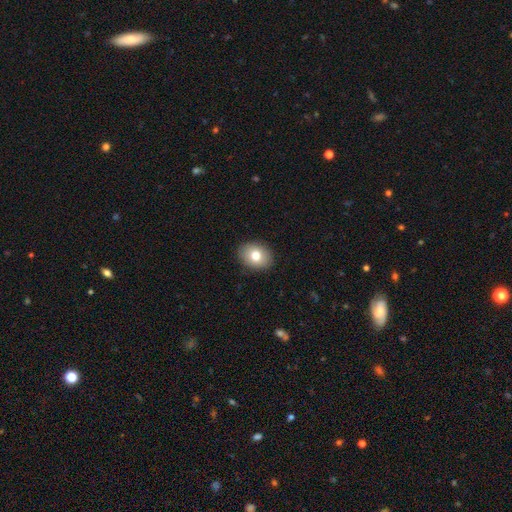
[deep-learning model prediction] A smooth galaxy with no disk features (78%) that is in between round and cigar-shaped (61%).

Vote fractions:
- Smooth or featured? smooth: 78% / featured or disk: 14% / star or artifact: 9%
- How rounded? in between: 61% / round: 38% / cigar-shaped: 1%
- Merging? none: 89% / minor disturbance: 8% / major disturbance: 2% / merger: 1%